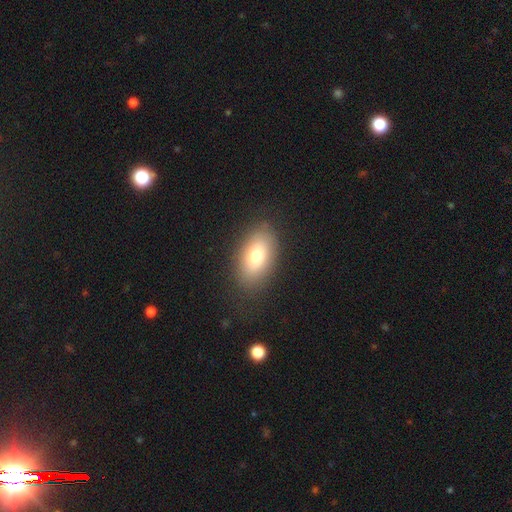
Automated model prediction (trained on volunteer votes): A smooth galaxy with no disk features (76%) that is in between round and cigar-shaped (90%).

Vote fractions:
- Smooth or featured? smooth: 76% / featured or disk: 15% / star or artifact: 9%
- How rounded? in between: 90% / round: 7% / cigar-shaped: 3%
- Merging? none: 84% / minor disturbance: 11% / major disturbance: 4% / merger: 1%